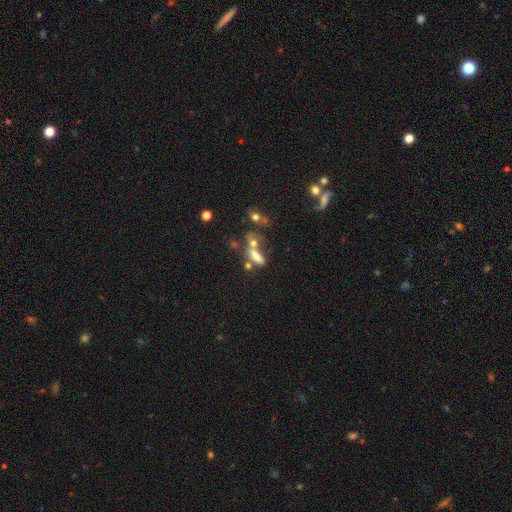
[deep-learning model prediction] Smooth or featured: smooth — 62% (featured or disk — 22%)
How rounded: in between — 58% (cigar-shaped — 35%)
Merging: merger — 41% (none — 30%)